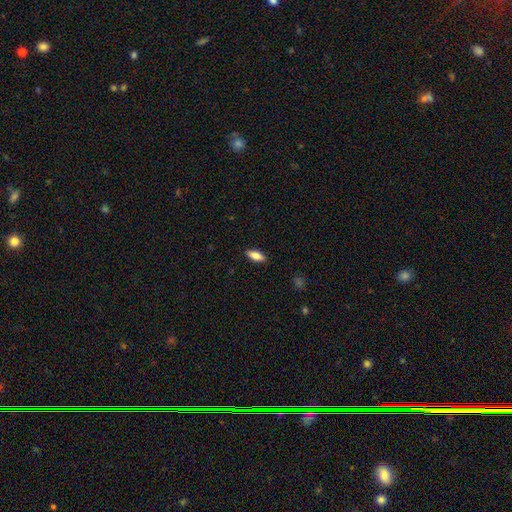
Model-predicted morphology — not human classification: smooth_or_featured: smooth (p=0.78) [alt: featured or disk p=0.16]
how_rounded: in between (p=0.78) [alt: cigar-shaped p=0.20]
merging: none (p=0.89) [alt: minor disturbance p=0.08]